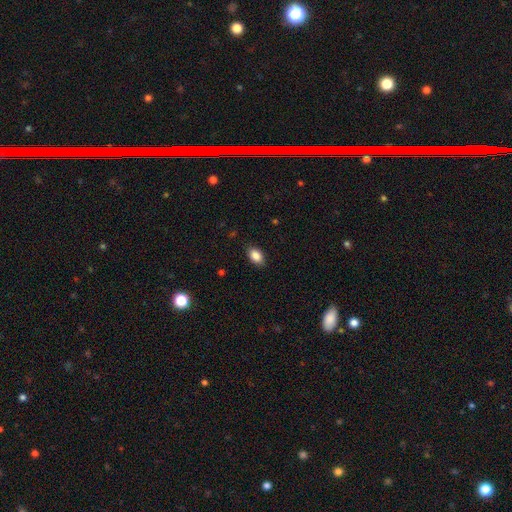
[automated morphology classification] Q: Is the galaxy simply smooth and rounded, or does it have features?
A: smooth — 88%.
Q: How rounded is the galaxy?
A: in between — 89%.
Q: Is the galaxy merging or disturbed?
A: none — 87%.